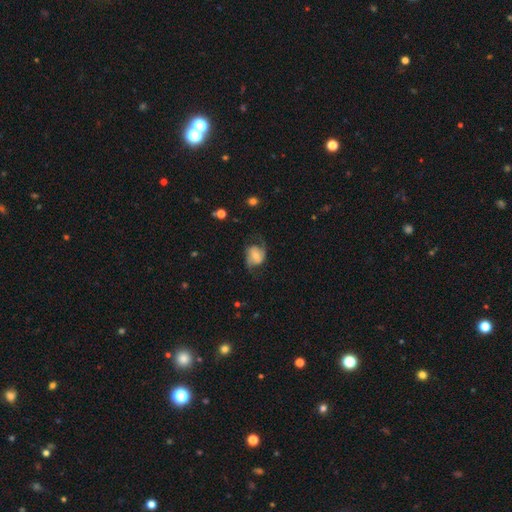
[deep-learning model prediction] Q: Smooth or featured?
A: featured or disk (63%); runner-up: smooth (29%)
Q: Edge-on disk?
A: no (97%); runner-up: yes (3%)
Q: Bar?
A: no (49%); runner-up: weak (36%)
Q: Spiral arms?
A: yes (87%); runner-up: no (13%)
Q: Spiral winding?
A: loose (49%); runner-up: medium (38%)
Q: Spiral arm count?
A: 2 (87%); runner-up: can't tell (6%)
Q: Bulge size?
A: small (46%); runner-up: moderate (42%)
Q: Merging?
A: none (60%); runner-up: minor disturbance (21%)